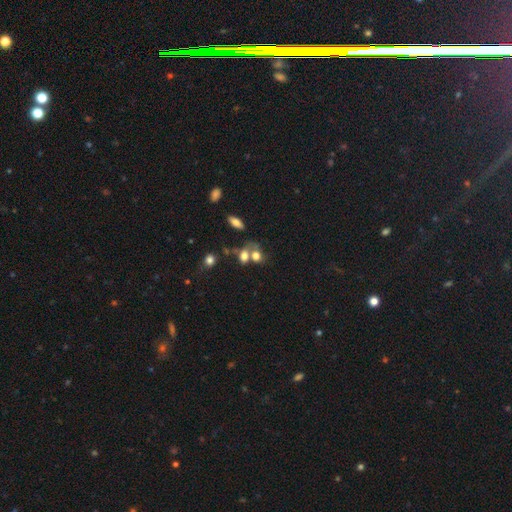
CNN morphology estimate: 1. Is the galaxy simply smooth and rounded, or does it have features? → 71% smooth, 15% featured or disk, 14% star or artifact.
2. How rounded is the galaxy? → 52% in between, 46% round, 2% cigar-shaped.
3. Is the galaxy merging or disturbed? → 49% merger, 32% none, 11% minor disturbance, 8% major disturbance.